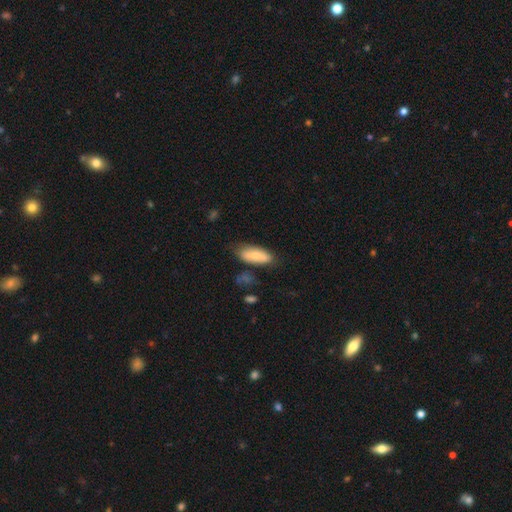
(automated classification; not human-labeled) Smooth or featured? Predicted: smooth (p=0.76). How rounded? Predicted: in between (p=0.76). Merging? Predicted: none (p=0.71).